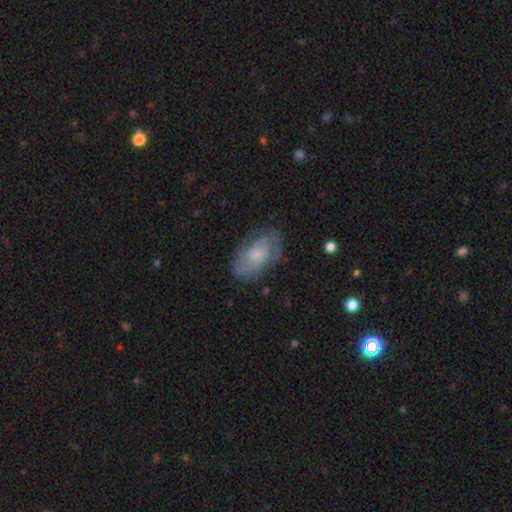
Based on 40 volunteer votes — This is likely a featured or disk galaxy (72%). It is clearly not viewed edge-on (93%). Bar: likely no (63%). Spiral arm pattern: clearly yes (100%). Spiral arm count: marginally can't tell (44%). Spiral winding: possibly medium (52%). Central bulge: possibly moderate (59%). Merging: likely none (78%).